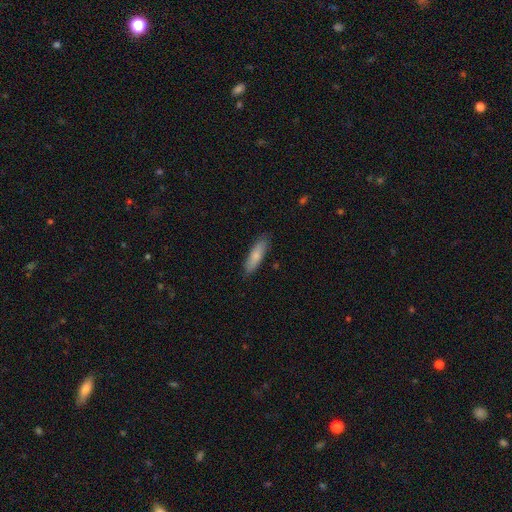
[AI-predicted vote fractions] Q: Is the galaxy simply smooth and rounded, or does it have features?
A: smooth — 79%.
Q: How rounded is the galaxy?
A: cigar-shaped — 63%.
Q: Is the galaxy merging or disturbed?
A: none — 86%.